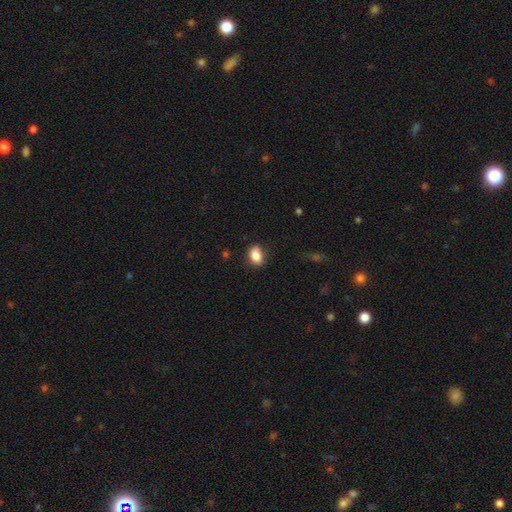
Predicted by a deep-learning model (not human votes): smooth-or-featured: smooth: 85% | star or artifact: 8% | featured or disk: 6%
  how-rounded: in between: 78% | round: 21% | cigar-shaped: 2%
  merging: none: 76% | minor disturbance: 18% | major disturbance: 4% | merger: 2%